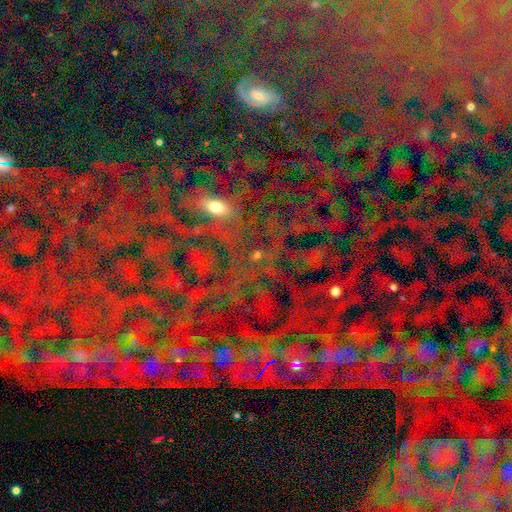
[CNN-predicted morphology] This is clearly a star or artifact rather than a galaxy (81%).